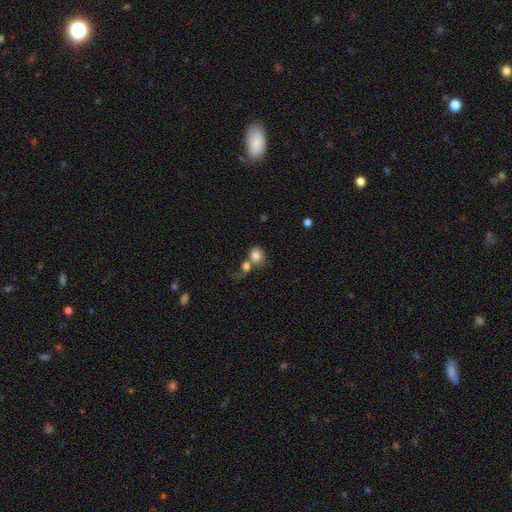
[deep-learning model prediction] Overall: smooth (80%). How rounded: round (68%; in between 30%). Merging: merger (53%; none 29%).